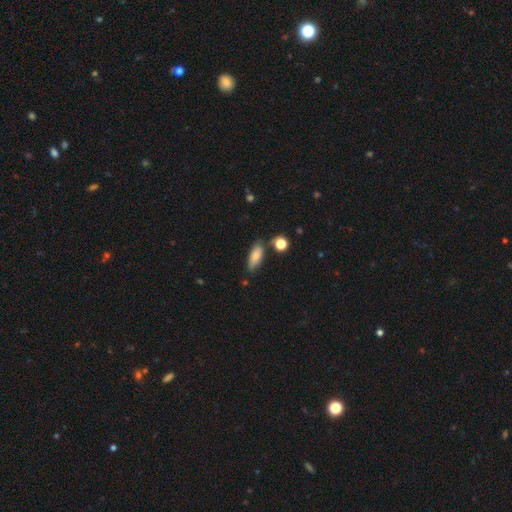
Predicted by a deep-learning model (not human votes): Q: Smooth or featured?
A: smooth (77%); runner-up: featured or disk (15%)
Q: How rounded?
A: in between (75%); runner-up: cigar-shaped (22%)
Q: Merging?
A: none (71%); runner-up: minor disturbance (19%)